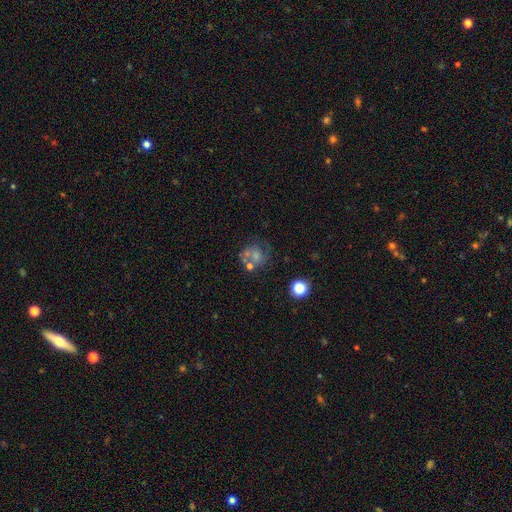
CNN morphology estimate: Smooth or featured? Predicted: smooth (p=0.47). Merging? Predicted: none (p=0.44).